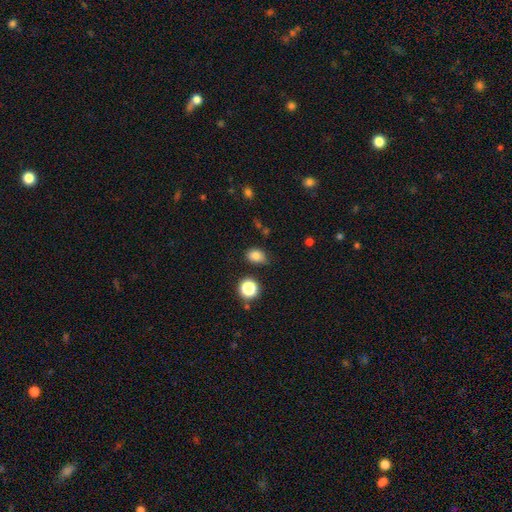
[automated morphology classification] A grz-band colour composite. It shows a smooth galaxy with no disk features (81%) that is in between round and cigar-shaped (68%). Merging: none (72%).